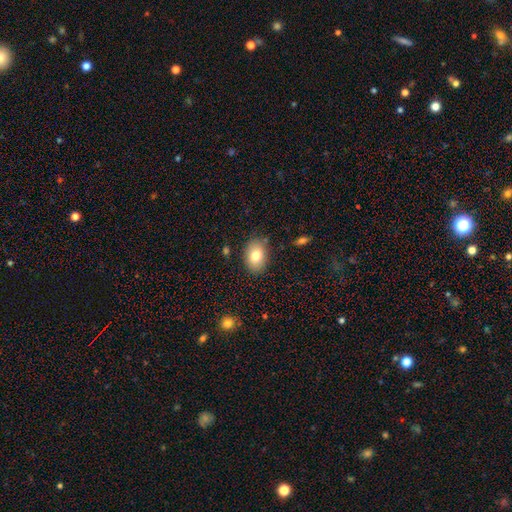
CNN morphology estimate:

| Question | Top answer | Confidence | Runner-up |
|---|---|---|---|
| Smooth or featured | smooth | 80% | featured or disk (12%) |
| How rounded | in between | 79% | round (20%) |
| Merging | none | 84% | minor disturbance (12%) |